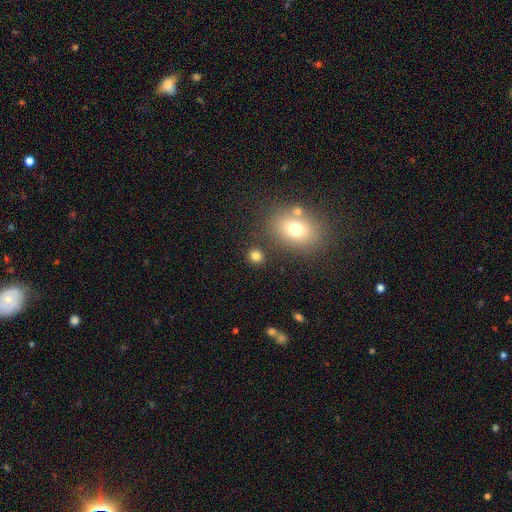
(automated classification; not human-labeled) Morphology: type=smooth (80%); roundness=round (77%); merging=none (82%).